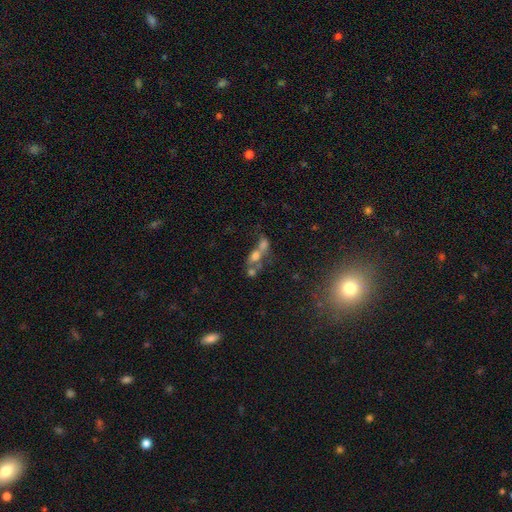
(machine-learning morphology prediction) Smooth or featured? smooth (51%)
How rounded? in between (64%)
Merging? merger (63%)